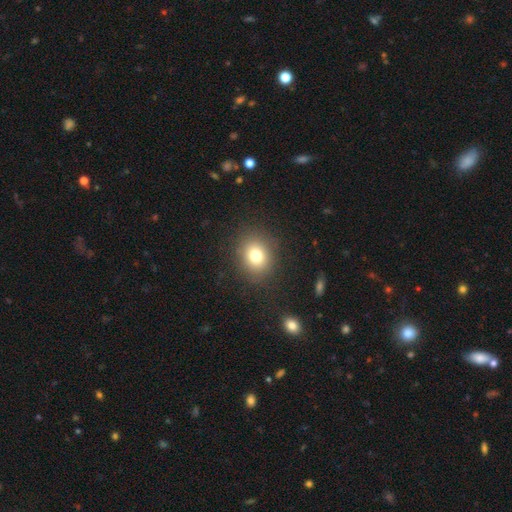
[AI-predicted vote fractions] The model was most divided on "how rounded": round: 62%, in between: 37%, cigar-shaped: 1%. More confident: merging — none (86%); smooth or featured — smooth (76%).